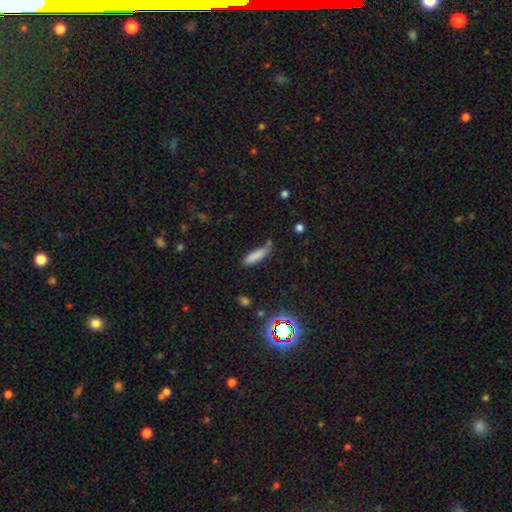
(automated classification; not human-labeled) Smooth or featured? Predicted: smooth (p=0.82). How rounded? Predicted: cigar-shaped (p=0.64). Merging? Predicted: none (p=0.60).